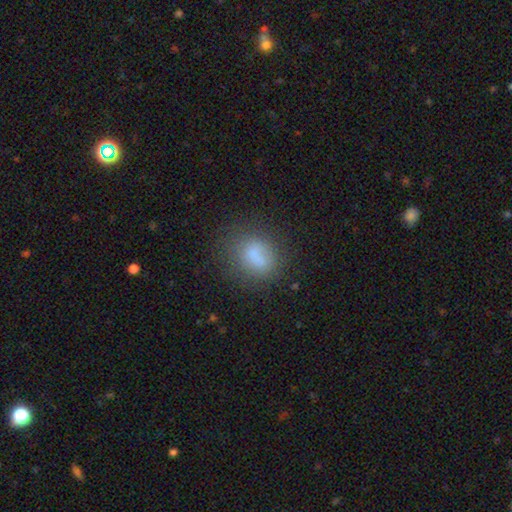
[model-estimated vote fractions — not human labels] Smooth or featured: smooth — 71% (featured or disk — 17%)
How rounded: round — 53% (in between — 45%)
Merging: none — 59% (minor disturbance — 19%)